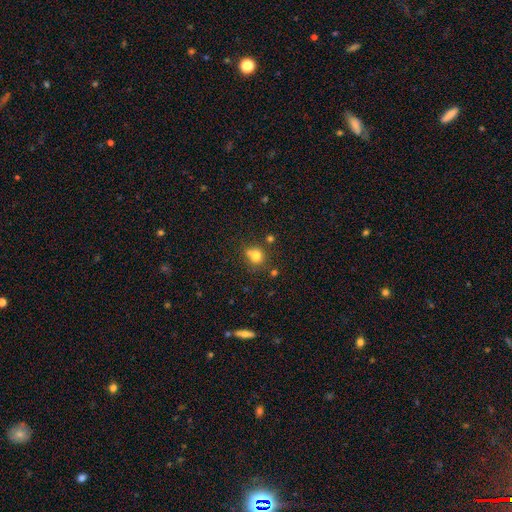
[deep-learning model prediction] A smooth galaxy with no disk features (76%) that is round (86%).

Vote fractions:
- Smooth or featured? smooth: 76% / star or artifact: 14% / featured or disk: 10%
- How rounded? round: 86% / in between: 13% / cigar-shaped: 1%
- Merging? none: 62% / merger: 22% / minor disturbance: 12% / major disturbance: 4%